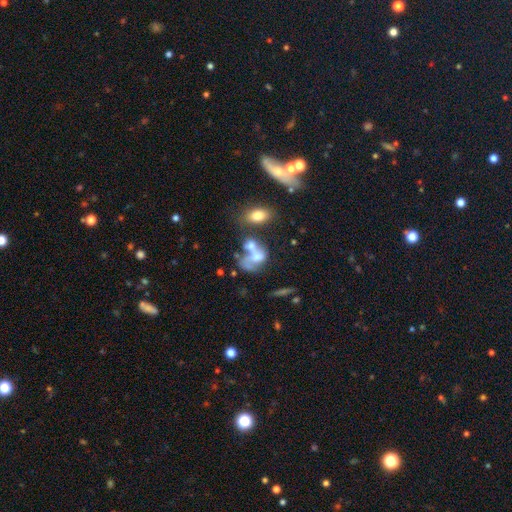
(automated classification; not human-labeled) smooth_or_featured: featured or disk (p=0.45) [alt: smooth p=0.42]
merging: merger (p=0.52) [alt: major disturbance p=0.22]